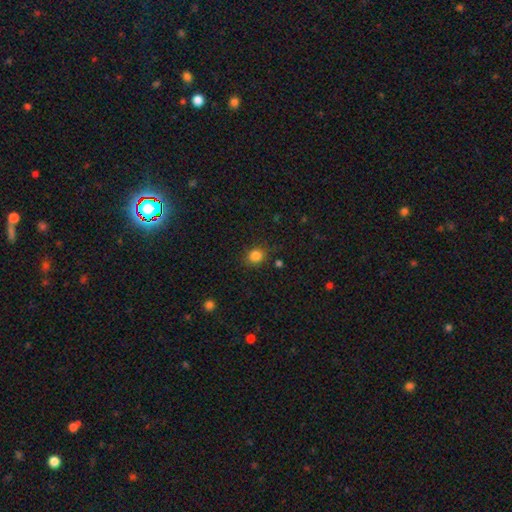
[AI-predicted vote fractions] A smooth galaxy with no disk features (84%) that is round (76%). Merging: none (81%).